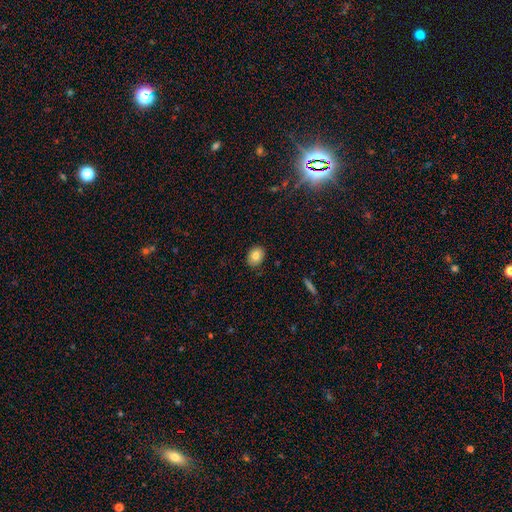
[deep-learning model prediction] Q: Smooth or featured?
A: smooth (81%); runner-up: featured or disk (10%)
Q: How rounded?
A: in between (54%); runner-up: round (45%)
Q: Merging?
A: none (88%); runner-up: minor disturbance (9%)